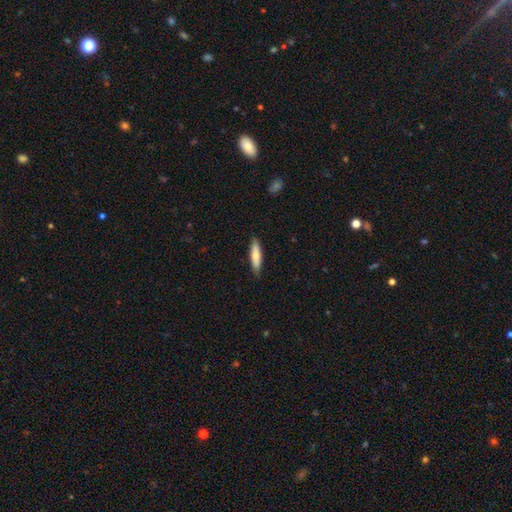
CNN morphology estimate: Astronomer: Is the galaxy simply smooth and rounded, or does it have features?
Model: smooth — 71%.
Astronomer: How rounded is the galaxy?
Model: cigar-shaped — 72%.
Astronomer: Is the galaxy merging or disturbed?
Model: none — 88%.